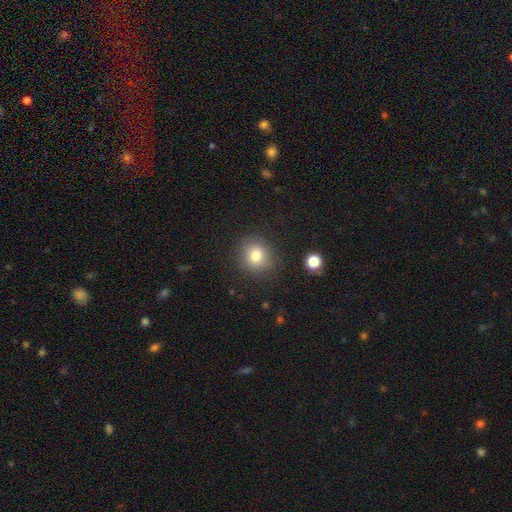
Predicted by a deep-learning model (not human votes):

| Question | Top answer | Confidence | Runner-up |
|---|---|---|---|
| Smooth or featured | smooth | 79% | star or artifact (12%) |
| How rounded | round | 81% | in between (18%) |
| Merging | none | 83% | minor disturbance (11%) |